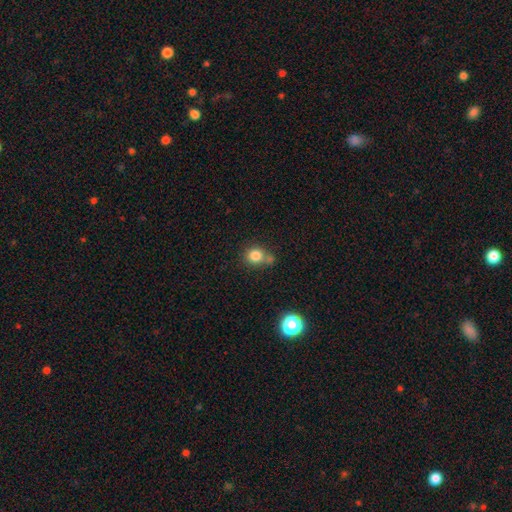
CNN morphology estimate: Overall: smooth (82%). How rounded: round (80%). Merging: none (55%; merger 22%).